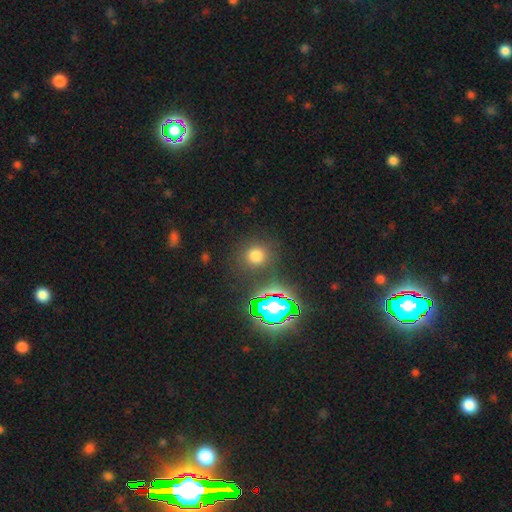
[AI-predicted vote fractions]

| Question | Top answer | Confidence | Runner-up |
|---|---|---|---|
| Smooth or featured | smooth | 67% | star or artifact (26%) |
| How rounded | round | 90% | in between (9%) |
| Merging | none | 87% | minor disturbance (7%) |